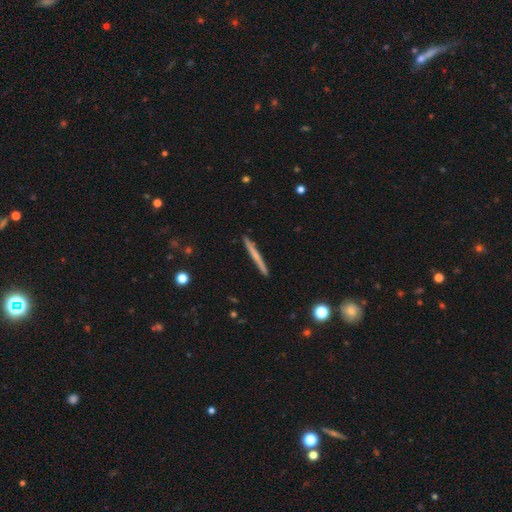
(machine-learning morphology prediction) This is possibly a smooth galaxy (53%). How rounded: clearly cigar-shaped (96%). Merging: clearly none (91%).